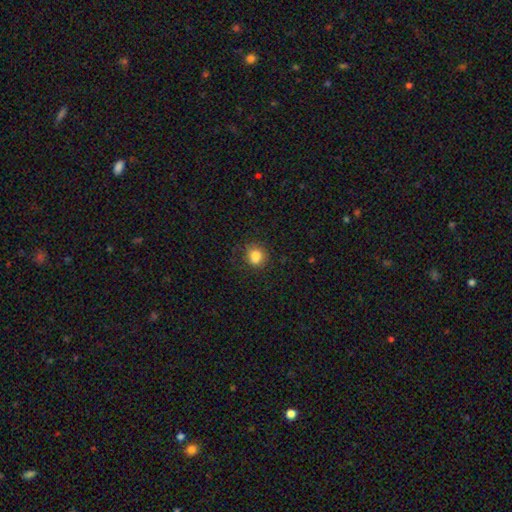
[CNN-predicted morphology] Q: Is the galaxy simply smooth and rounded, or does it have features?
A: smooth — 82%.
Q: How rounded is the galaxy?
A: round — 76%.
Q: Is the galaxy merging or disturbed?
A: none — 75%.